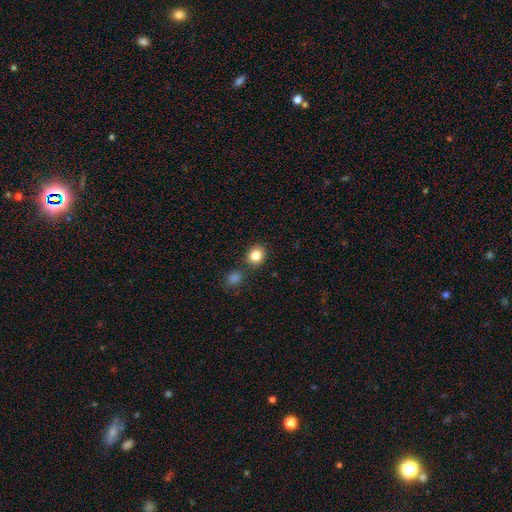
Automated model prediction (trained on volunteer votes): Q: Smooth or featured?
A: smooth (85%); runner-up: star or artifact (10%)
Q: How rounded?
A: round (77%); runner-up: in between (22%)
Q: Merging?
A: none (75%); runner-up: merger (13%)